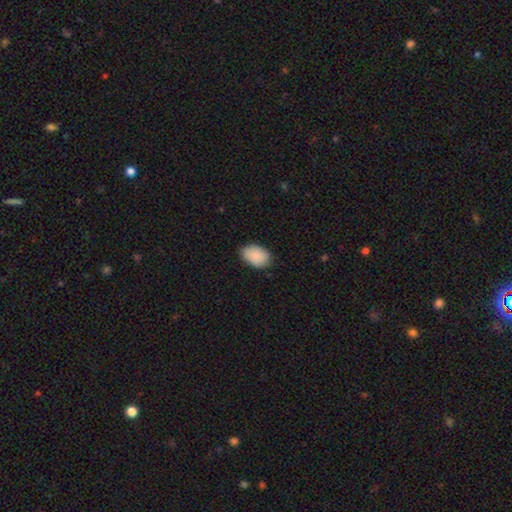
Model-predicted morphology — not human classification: The model was most divided on "merging": none: 81%, minor disturbance: 15%, major disturbance: 2%, merger: 1%. More confident: smooth or featured — smooth (89%); how rounded — in between (88%).